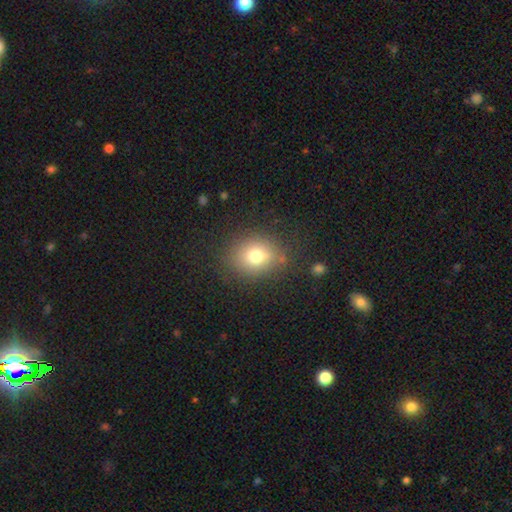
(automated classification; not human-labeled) Overall: smooth (73%). How rounded: round (60%; in between 39%). Merging: none (79%).